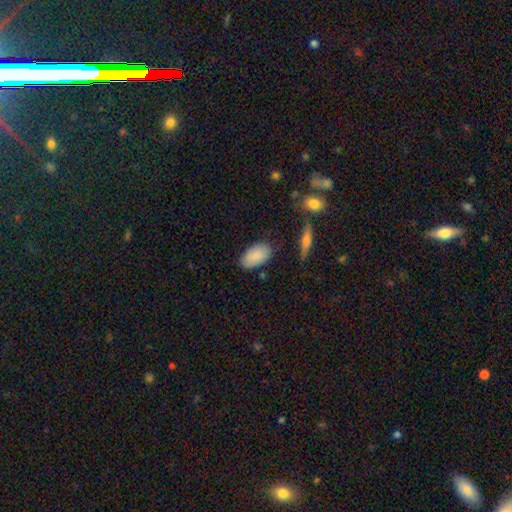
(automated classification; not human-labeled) Smooth or featured? Predicted: smooth (p=0.87). How rounded? Predicted: in between (p=0.95). Merging? Predicted: none (p=0.80).